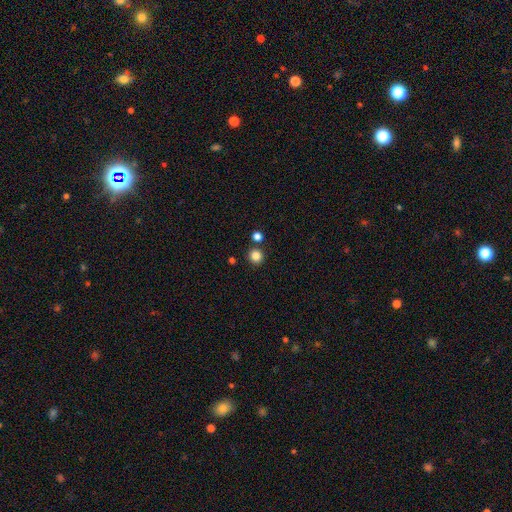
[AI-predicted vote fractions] Smooth or featured: smooth — 83% (star or artifact — 13%)
How rounded: round — 91% (in between — 8%)
Merging: none — 83% (merger — 8%)